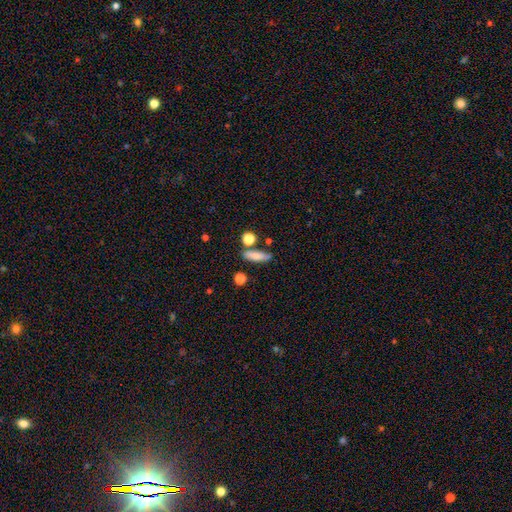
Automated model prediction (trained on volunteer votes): Smooth or featured? smooth (77%)
How rounded? cigar-shaped (51%)
Merging? none (71%)